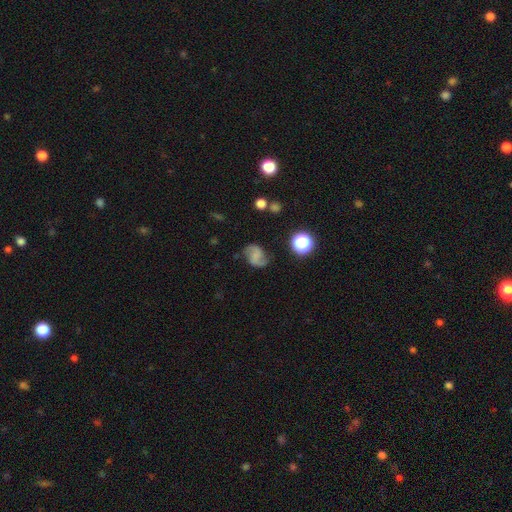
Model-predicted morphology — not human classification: Overall: featured or disk (68%). Edge-on disk: no (98%). Bar: no (47%; weak 38%). Spiral arms: yes (94%). Spiral arm count: 2 (91%). Spiral winding: loose (50%; medium 39%). Bulge size: none (64%). Merging: none (74%).